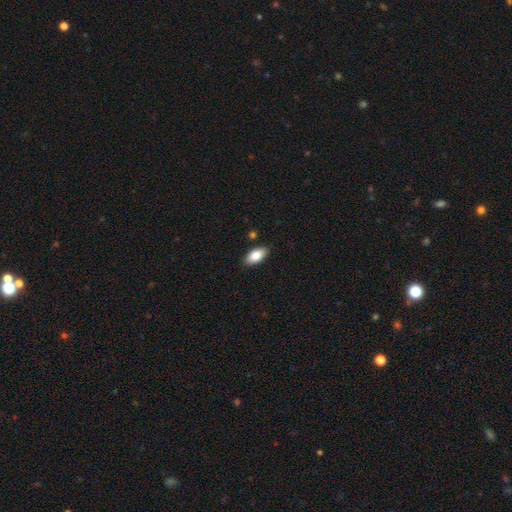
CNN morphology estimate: The model was most divided on "smooth or featured": smooth: 82%, featured or disk: 11%, star or artifact: 7%. More confident: how rounded — in between (92%); merging — none (87%).